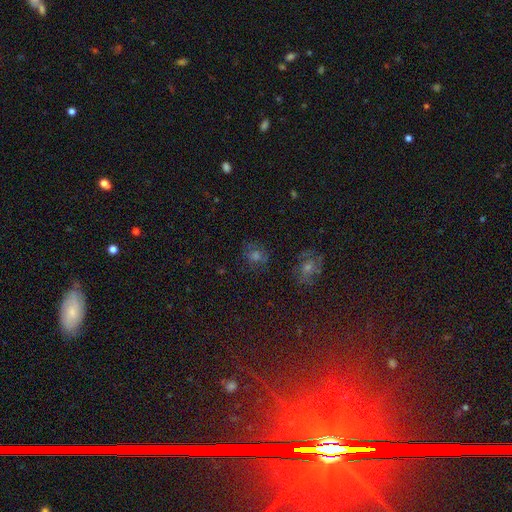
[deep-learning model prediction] Morphology: type=smooth (46%); merging=none (78%).